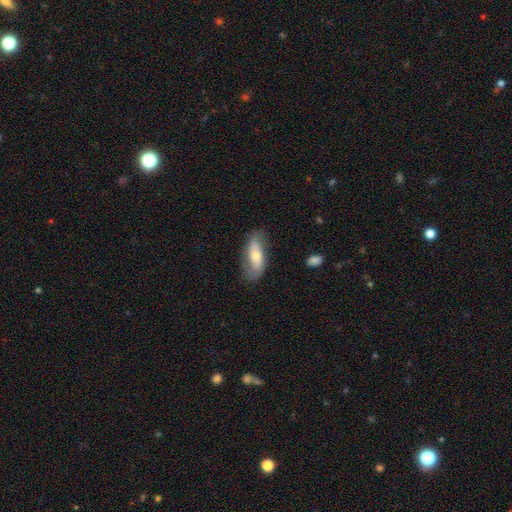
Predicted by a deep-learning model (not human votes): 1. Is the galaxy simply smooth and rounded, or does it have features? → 51% featured or disk, 42% smooth, 7% star or artifact.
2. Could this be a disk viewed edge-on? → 83% no, 17% yes.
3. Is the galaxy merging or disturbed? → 72% none, 20% minor disturbance, 6% major disturbance, 2% merger.